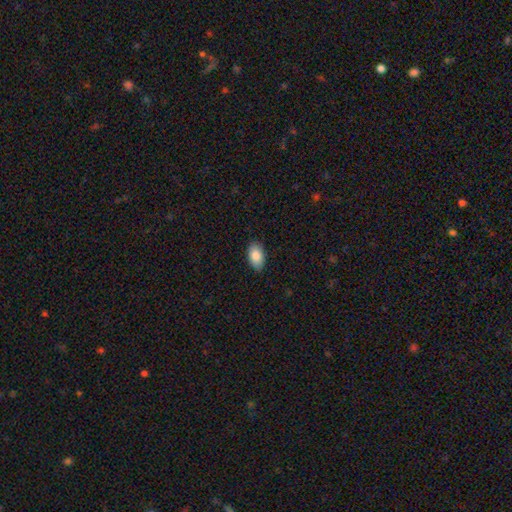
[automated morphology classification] Q: Smooth or featured?
A: smooth (85%); runner-up: featured or disk (8%)
Q: How rounded?
A: in between (93%); runner-up: round (5%)
Q: Merging?
A: none (88%); runner-up: minor disturbance (10%)